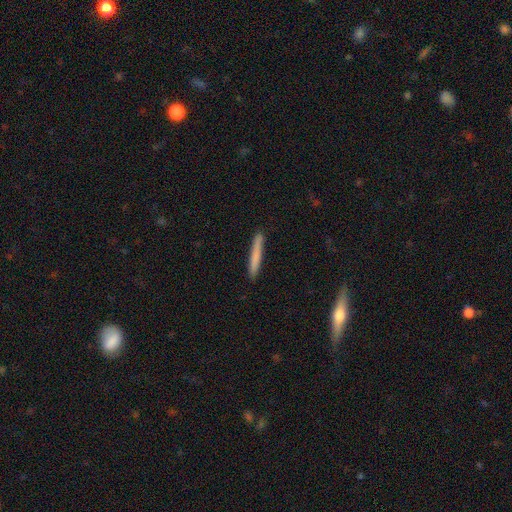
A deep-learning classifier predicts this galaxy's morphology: A smooth galaxy with no disk features (74%) that is cigar-shaped (96%). Merging: none (90%).